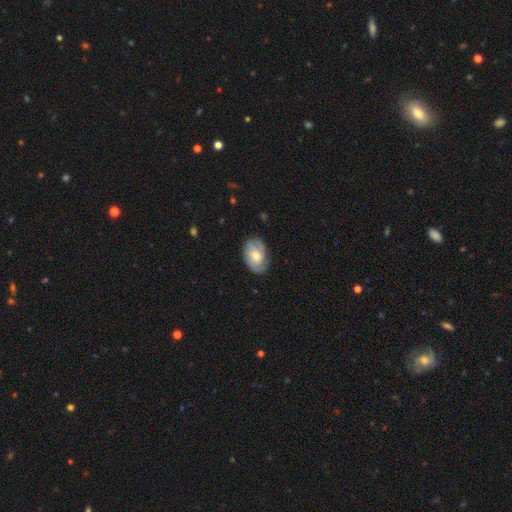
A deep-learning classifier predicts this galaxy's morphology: smooth 47%, featured or disk 46%, star or artifact 7%. Down the decision tree: merging — none (74%).